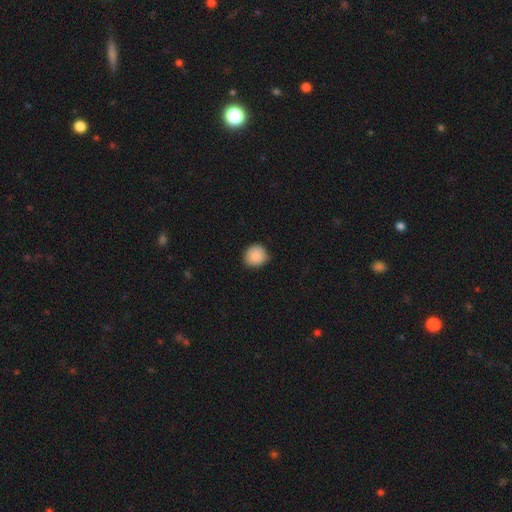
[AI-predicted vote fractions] Smooth or featured? Predicted: smooth (p=0.88). How rounded? Predicted: round (p=0.89). Merging? Predicted: none (p=0.78).